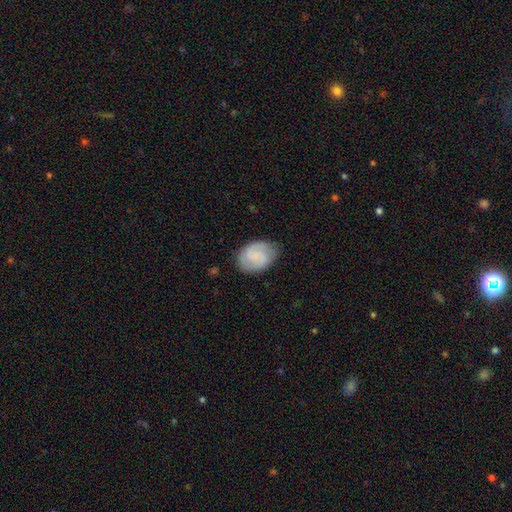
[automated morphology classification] This appears to be a featured or disk galaxy (59%) with no bar (53%), 2 (78%) medium (43%) spiral arms (93%) and no central bulge (45%). Merging: none (77%).